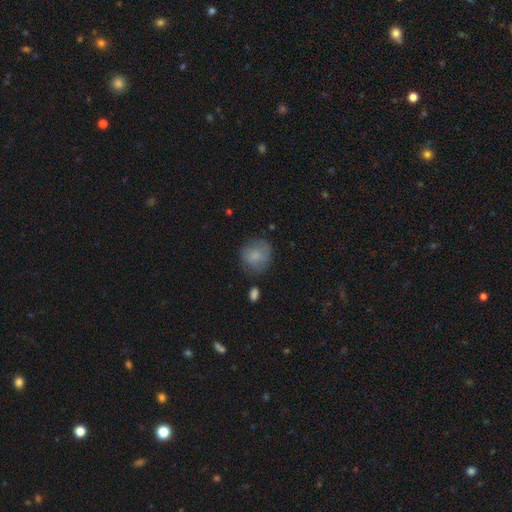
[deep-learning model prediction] A smooth galaxy with no disk features (79%) that is round (83%).

Vote fractions:
- Smooth or featured? smooth: 79% / featured or disk: 13% / star or artifact: 8%
- How rounded? round: 83% / in between: 16% / cigar-shaped: 1%
- Merging? none: 67% / minor disturbance: 23% / major disturbance: 7% / merger: 3%